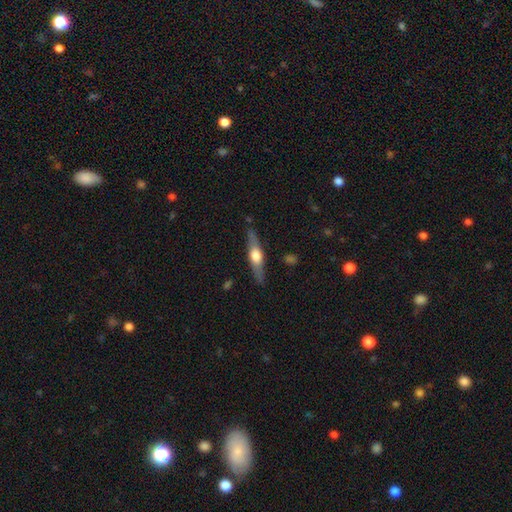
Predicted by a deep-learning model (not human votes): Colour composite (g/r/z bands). It shows a featured or disk galaxy (64%) viewed edge-on (94%) with a rounded central bulge (92%). Merging: none (84%).